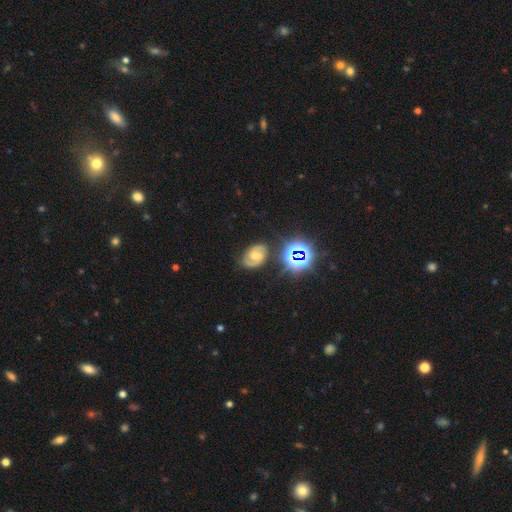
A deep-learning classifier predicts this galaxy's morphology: Smooth or featured: featured or disk — 64% (star or artifact — 19%)
Edge-on disk: no — 97% (yes — 3%)
Bar: no — 43% (weak — 42%)
Spiral arms: yes — 87% (no — 13%)
Spiral winding: medium — 48% (tight — 38%)
Spiral arm count: 2 — 84% (can't tell — 9%)
Bulge size: moderate — 64% (small — 26%)
Merging: none — 75% (minor disturbance — 16%)